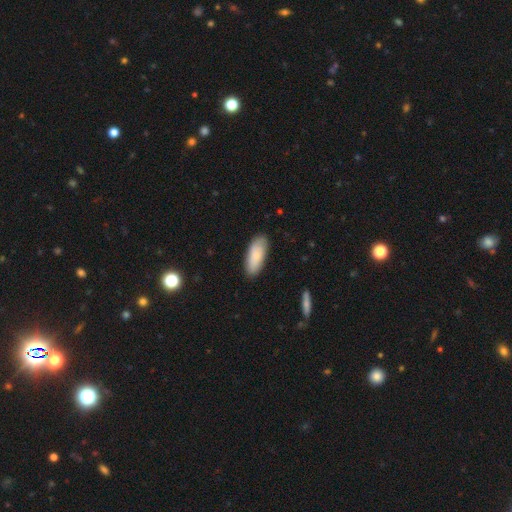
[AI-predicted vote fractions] Smooth or featured? Predicted: smooth (p=0.77). How rounded? Predicted: in between (p=0.82). Merging? Predicted: none (p=0.84).